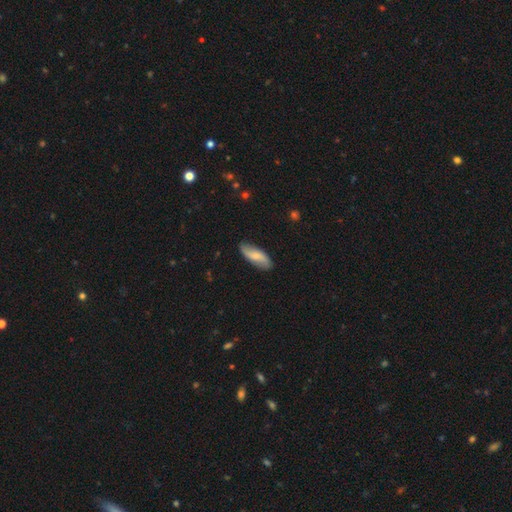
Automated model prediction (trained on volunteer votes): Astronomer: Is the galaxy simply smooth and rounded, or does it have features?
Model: smooth — 57% (runner-up: featured or disk, 37%).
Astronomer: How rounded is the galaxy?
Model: in between — 68%.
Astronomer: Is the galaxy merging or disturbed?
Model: none — 82%.